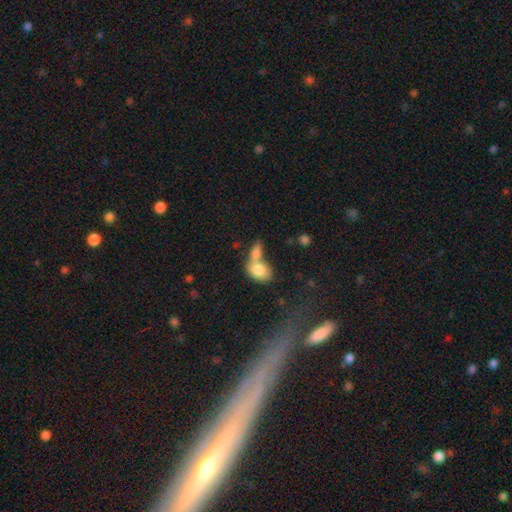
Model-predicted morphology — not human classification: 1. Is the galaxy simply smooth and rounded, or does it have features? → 75% smooth, 15% featured or disk, 9% star or artifact.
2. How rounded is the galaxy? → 76% in between, 20% round, 4% cigar-shaped.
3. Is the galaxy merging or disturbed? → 60% merger, 27% none, 8% minor disturbance, 5% major disturbance.